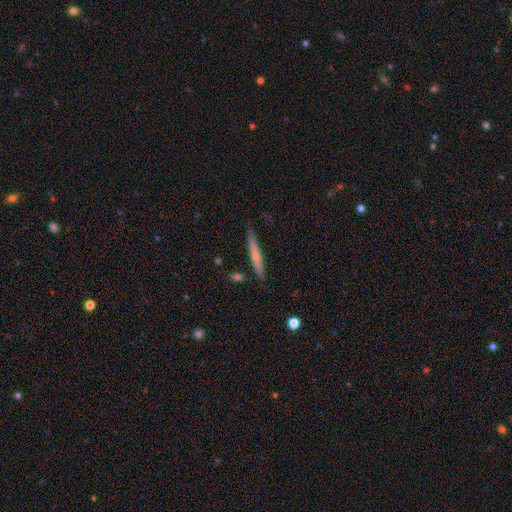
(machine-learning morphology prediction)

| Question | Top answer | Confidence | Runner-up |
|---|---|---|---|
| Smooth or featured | smooth | 52% | featured or disk (42%) |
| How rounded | cigar-shaped | 95% | in between (3%) |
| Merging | none | 81% | minor disturbance (14%) |